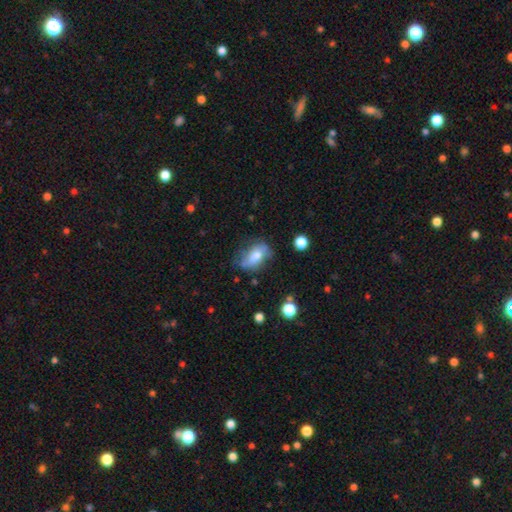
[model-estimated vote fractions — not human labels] Smooth or featured? smooth (65%)
How rounded? in between (86%)
Merging? none (51%)